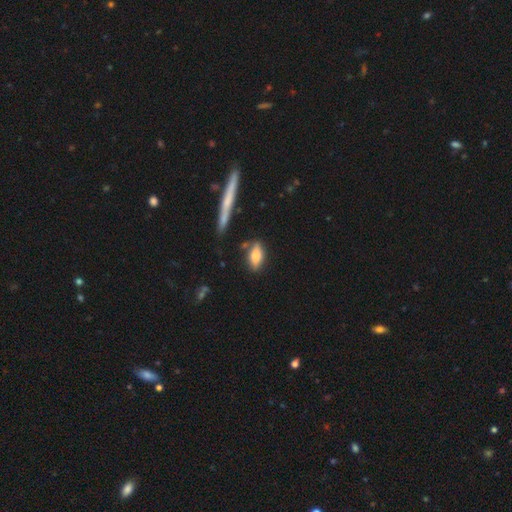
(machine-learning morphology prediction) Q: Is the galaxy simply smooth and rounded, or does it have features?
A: smooth — 75%.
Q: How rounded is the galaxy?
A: in between — 79%.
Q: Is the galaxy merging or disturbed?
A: none — 78%.